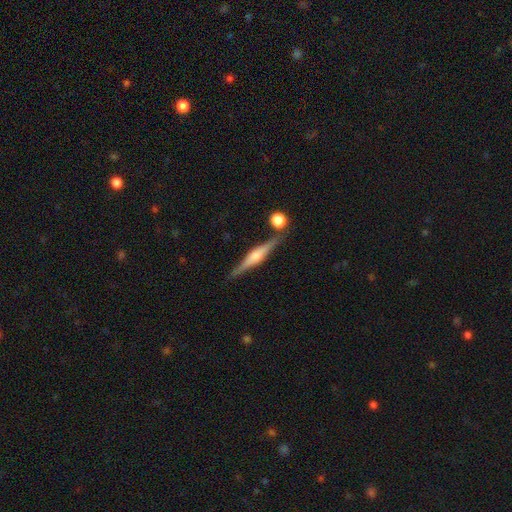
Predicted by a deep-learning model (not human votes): Overall: featured or disk (76%). Edge-on disk: yes (98%). Edge-on bulge: rounded (81%). Merging: none (84%).